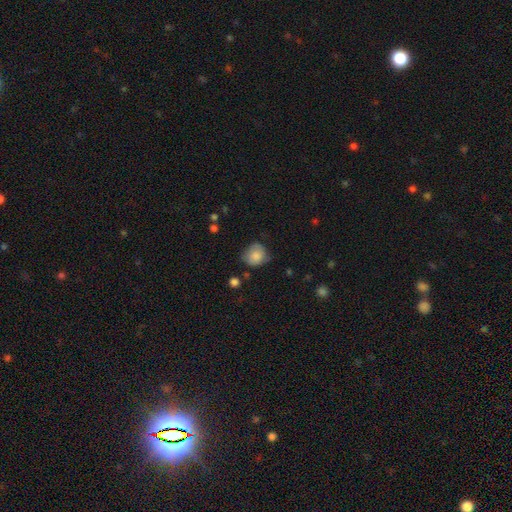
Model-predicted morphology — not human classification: A smooth galaxy with no disk features (79%) that is round (71%). Merging: none (59%).